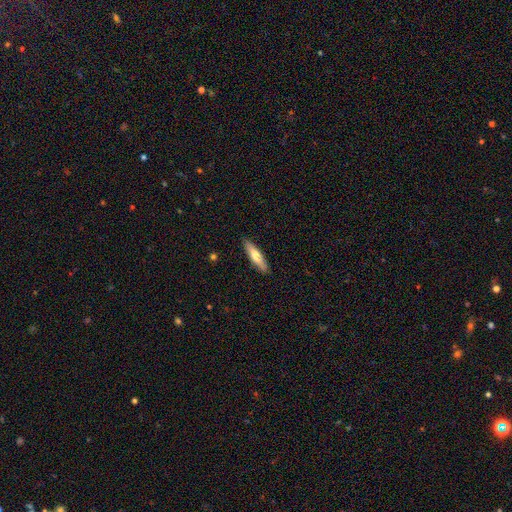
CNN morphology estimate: Smooth or featured? smooth (66%)
How rounded? cigar-shaped (75%)
Merging? none (89%)